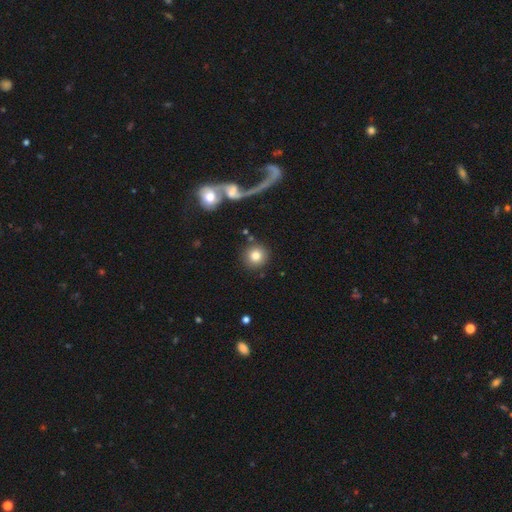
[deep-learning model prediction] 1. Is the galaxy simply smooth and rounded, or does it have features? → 80% smooth, 11% featured or disk, 9% star or artifact.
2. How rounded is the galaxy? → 94% round, 5% in between, 1% cigar-shaped.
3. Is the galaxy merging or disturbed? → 85% none, 6% minor disturbance, 5% merger, 3% major disturbance.